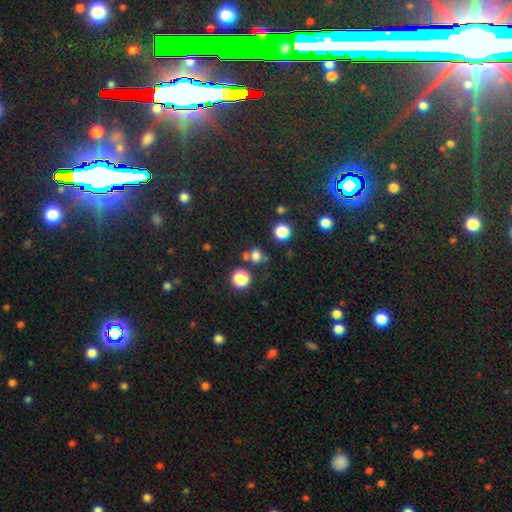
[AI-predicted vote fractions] This is likely a smooth galaxy (72%). How rounded: clearly round (81%). Merging: likely none (68%).